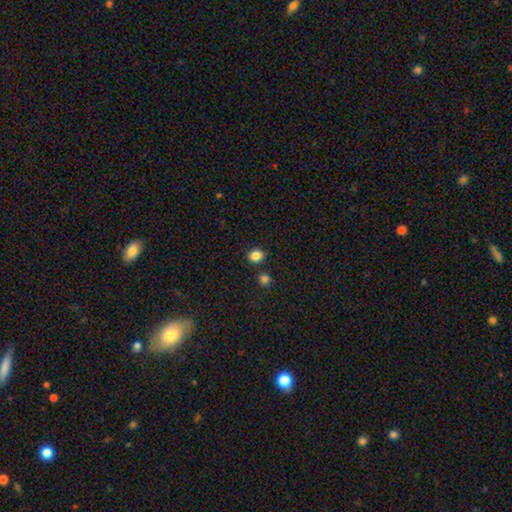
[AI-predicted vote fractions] smooth-or-featured: smooth: 85% | star or artifact: 11% | featured or disk: 4%
  how-rounded: round: 65% | in between: 34% | cigar-shaped: 1%
  merging: none: 85% | minor disturbance: 7% | merger: 6% | major disturbance: 2%